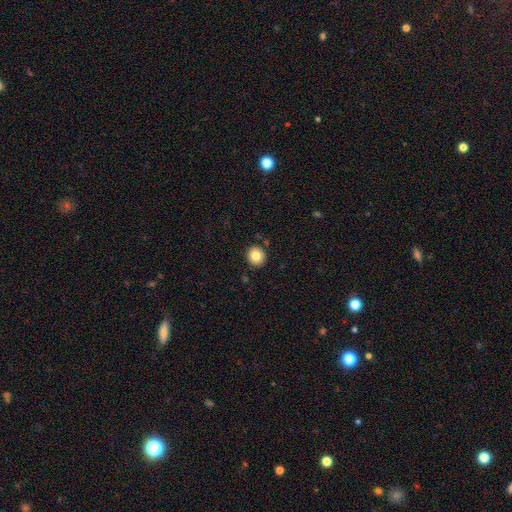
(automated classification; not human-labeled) Morphology: type=smooth (82%); roundness=round (90%); merging=none (89%).